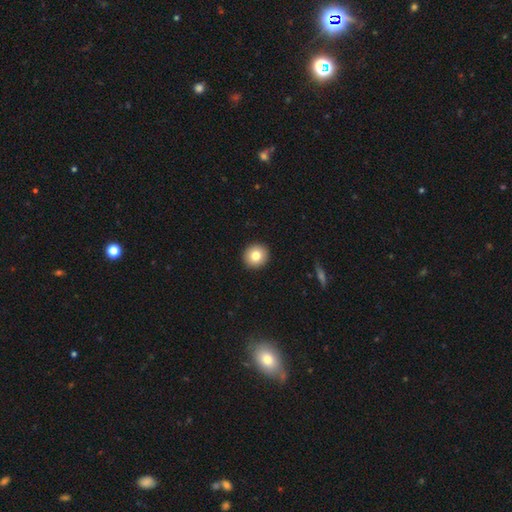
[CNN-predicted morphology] This appears to be a smooth galaxy with no disk features (80%) that is round (91%). Merging: none (93%).